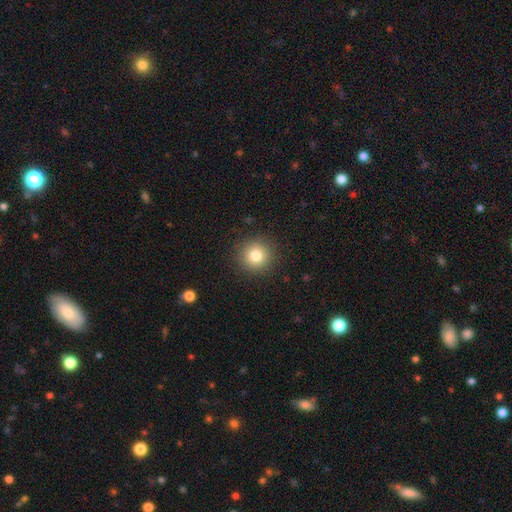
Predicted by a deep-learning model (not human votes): A smooth galaxy with no disk features (81%) that is round (94%).

Vote fractions:
- Smooth or featured? smooth: 81% / star or artifact: 11% / featured or disk: 8%
- How rounded? round: 94% / in between: 5% / cigar-shaped: 1%
- Merging? none: 91% / minor disturbance: 6% / major disturbance: 2% / merger: 1%